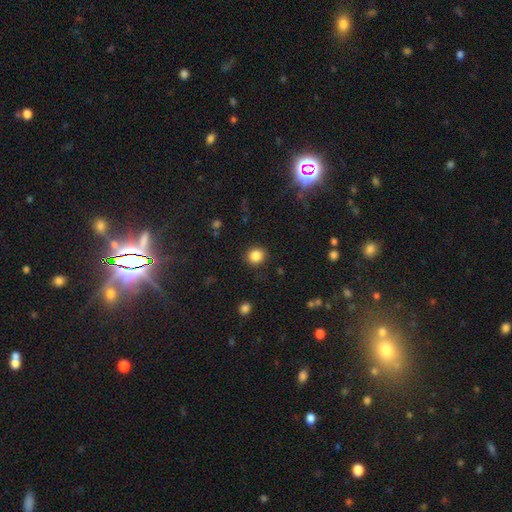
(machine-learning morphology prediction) A smooth galaxy with no disk features (84%) that is round (87%).

Vote fractions:
- Smooth or featured? smooth: 84% / star or artifact: 11% / featured or disk: 4%
- How rounded? round: 87% / in between: 12% / cigar-shaped: 1%
- Merging? none: 90% / minor disturbance: 7% / major disturbance: 3% / merger: 1%